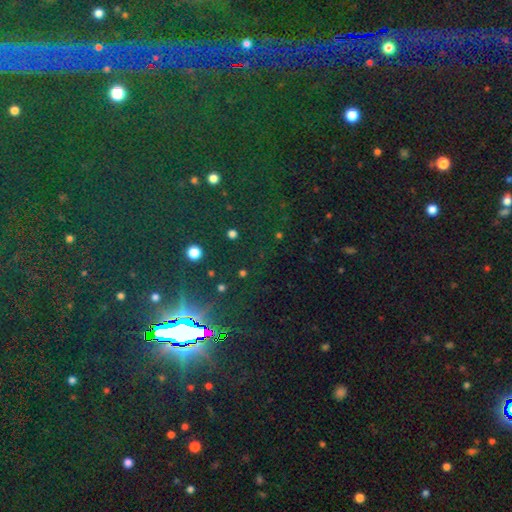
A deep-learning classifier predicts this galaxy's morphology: smooth-or-featured: star or artifact: 83% | smooth: 9% | featured or disk: 7%